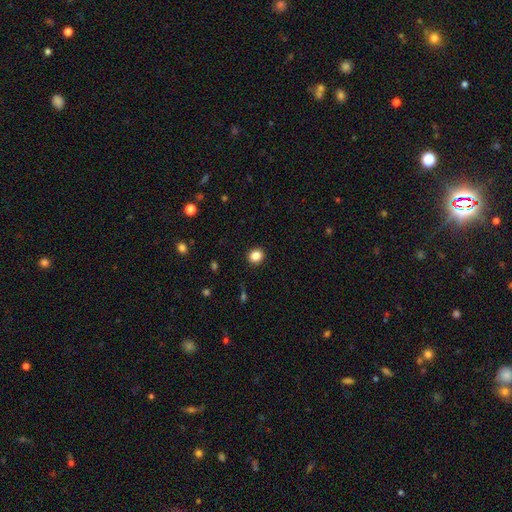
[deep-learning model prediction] smooth-or-featured: smooth: 85% | star or artifact: 11% | featured or disk: 4%
  how-rounded: round: 85% | in between: 15% | cigar-shaped: 1%
  merging: none: 92% | minor disturbance: 5% | major disturbance: 2% | merger: 1%